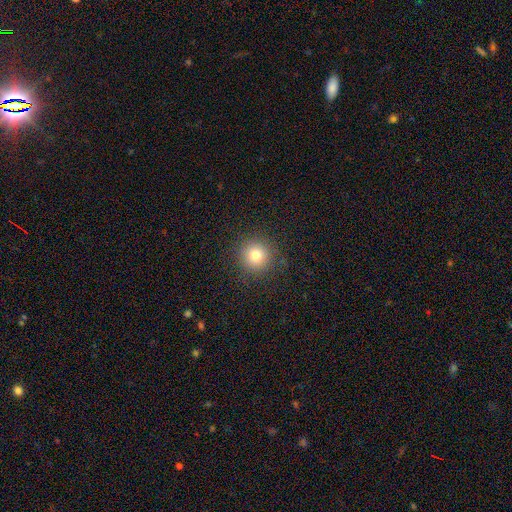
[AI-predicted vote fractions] Smooth or featured?
  - smooth: 78% *
  - star or artifact: 14%
  - featured or disk: 9%
How rounded?
  - round: 95% *
  - in between: 4%
  - cigar-shaped: 1%
Merging?
  - none: 89% *
  - minor disturbance: 7%
  - major disturbance: 3%
  - merger: 1%